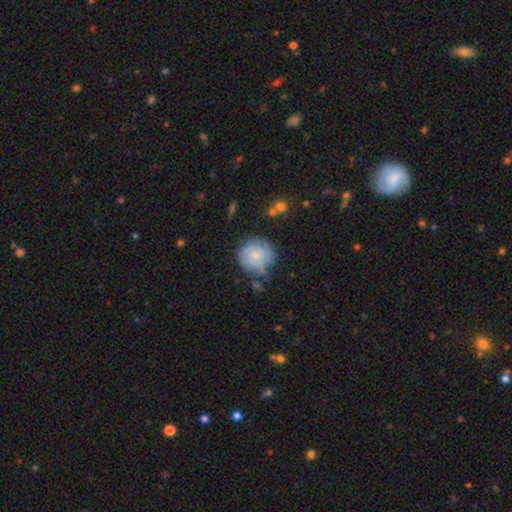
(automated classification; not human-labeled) Smooth or featured? Predicted: smooth (p=0.57). How rounded? Predicted: round (p=0.87). Merging? Predicted: none (p=0.61).